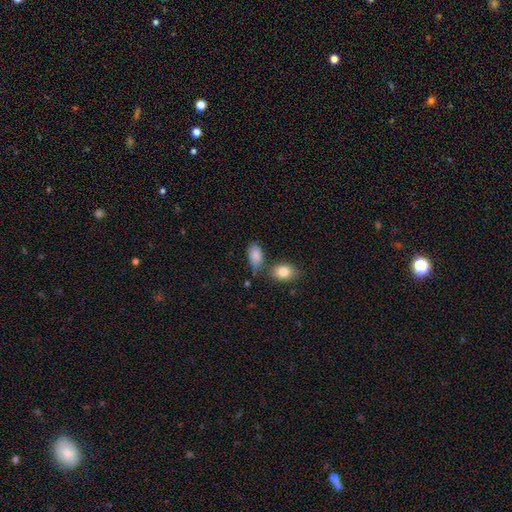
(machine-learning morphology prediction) A smooth galaxy with no disk features (85%) that is in between round and cigar-shaped (92%). Merging: none (53%).